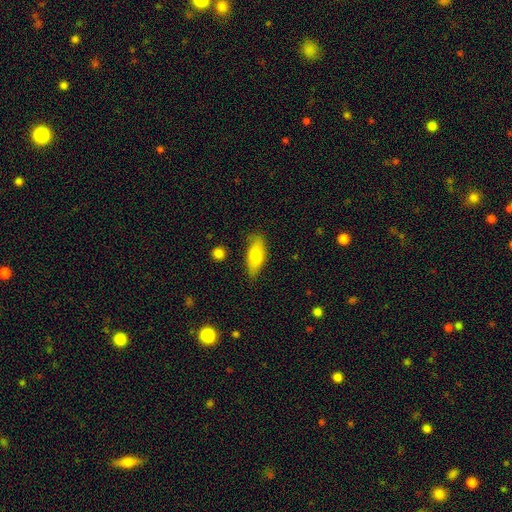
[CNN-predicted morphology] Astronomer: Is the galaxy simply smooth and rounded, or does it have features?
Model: smooth — 71%.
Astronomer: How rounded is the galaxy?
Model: in between — 75%.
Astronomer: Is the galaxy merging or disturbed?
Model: none — 78%.